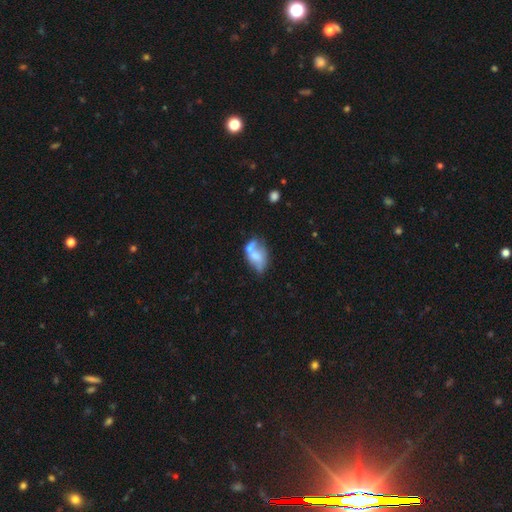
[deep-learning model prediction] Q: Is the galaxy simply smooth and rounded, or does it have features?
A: smooth — 52%.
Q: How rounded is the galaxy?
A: in between — 86%.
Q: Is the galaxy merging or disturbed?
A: merger — 48%.